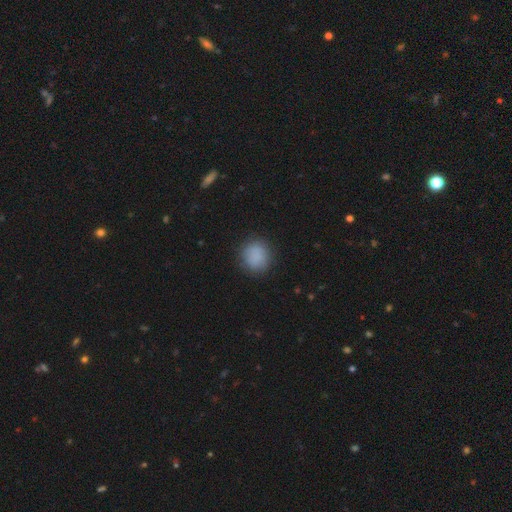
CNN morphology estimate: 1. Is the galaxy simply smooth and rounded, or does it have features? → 86% smooth, 9% star or artifact, 5% featured or disk.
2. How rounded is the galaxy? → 87% round, 12% in between, 1% cigar-shaped.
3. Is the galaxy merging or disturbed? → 85% none, 11% minor disturbance, 3% major disturbance, 1% merger.